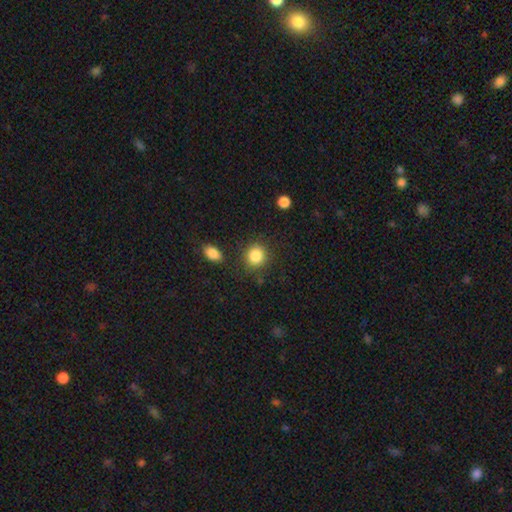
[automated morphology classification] This is clearly a smooth galaxy (86%). How rounded: likely round (79%). Merging: clearly none (82%).